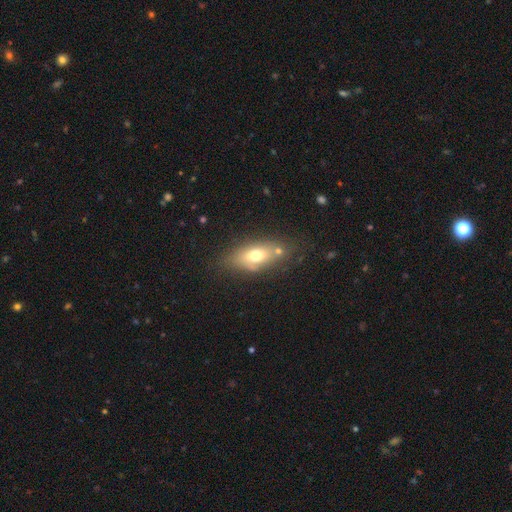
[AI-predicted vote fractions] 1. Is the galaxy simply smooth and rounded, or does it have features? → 66% smooth, 25% featured or disk, 9% star or artifact.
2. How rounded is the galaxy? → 79% in between, 13% cigar-shaped, 8% round.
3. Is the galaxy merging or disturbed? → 64% none, 18% minor disturbance, 12% merger, 6% major disturbance.